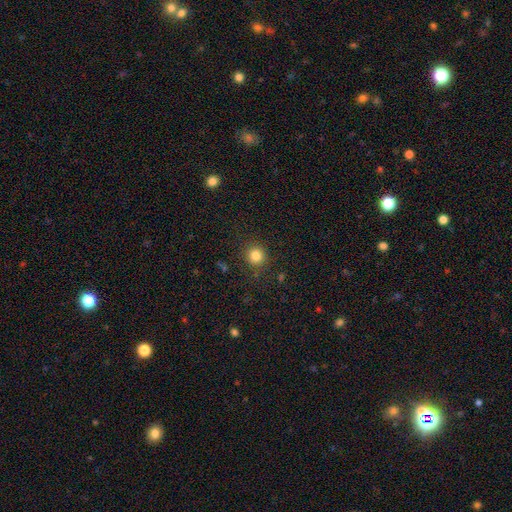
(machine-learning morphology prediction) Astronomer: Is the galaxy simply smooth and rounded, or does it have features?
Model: smooth — 83%.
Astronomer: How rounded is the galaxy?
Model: round — 92%.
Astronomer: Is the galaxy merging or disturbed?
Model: none — 88%.